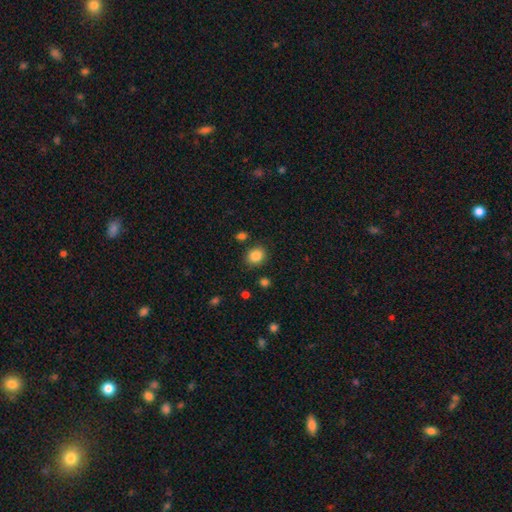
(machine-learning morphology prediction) Smooth or featured? Predicted: smooth (p=0.86). How rounded? Predicted: round (p=0.68). Merging? Predicted: none (p=0.85).